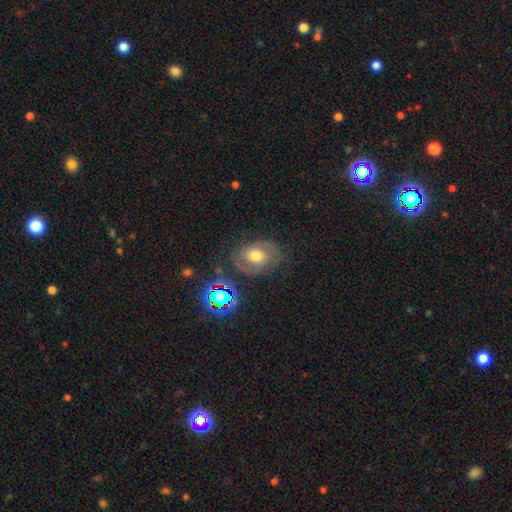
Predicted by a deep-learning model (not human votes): smooth_or_featured: smooth (p=0.46) [alt: featured or disk p=0.40]
merging: none (p=0.69) [alt: minor disturbance p=0.18]